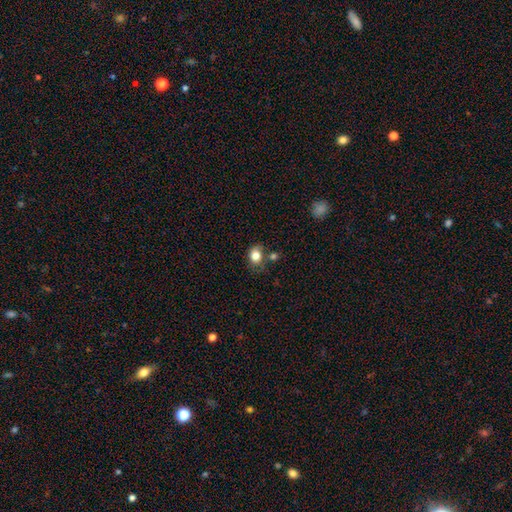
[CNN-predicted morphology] This appears to be a smooth galaxy with no disk features (81%) that is round (52%). Merging: none (58%).